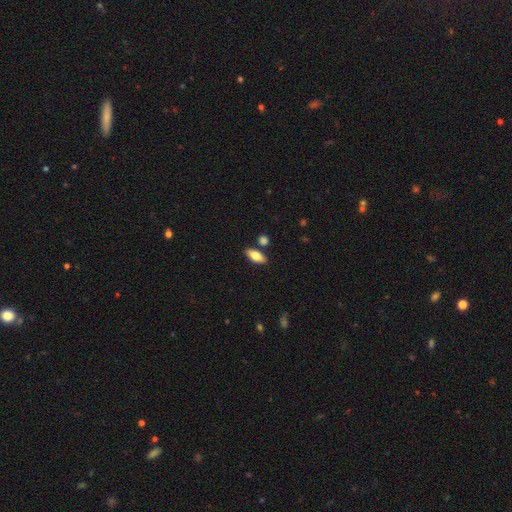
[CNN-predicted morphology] type=smooth (75%); roundness=in between (82%); merging=none (82%).